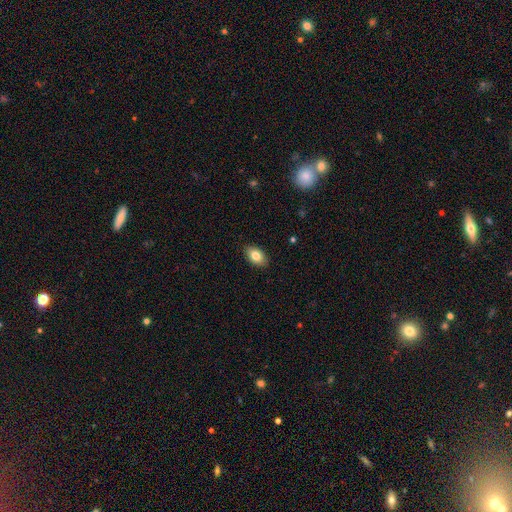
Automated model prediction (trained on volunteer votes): This is clearly a smooth galaxy (83%). How rounded: clearly in between (90%). Merging: clearly none (89%).